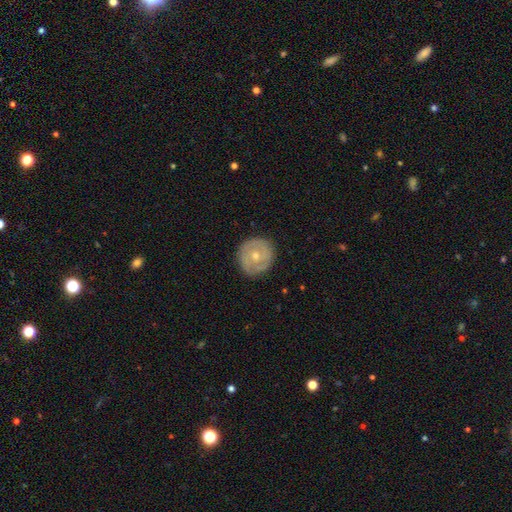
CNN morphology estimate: smooth_or_featured: featured or disk (p=0.55) [alt: smooth p=0.39]
disk_edge_on: no (p=0.96) [alt: yes p=0.04]
bar: no (p=0.77) [alt: weak p=0.18]
has_spiral_arms: no (p=0.51) [alt: yes p=0.49]
bulge_size: moderate (p=0.52) [alt: small p=0.44]
merging: none (p=0.84) [alt: minor disturbance p=0.12]